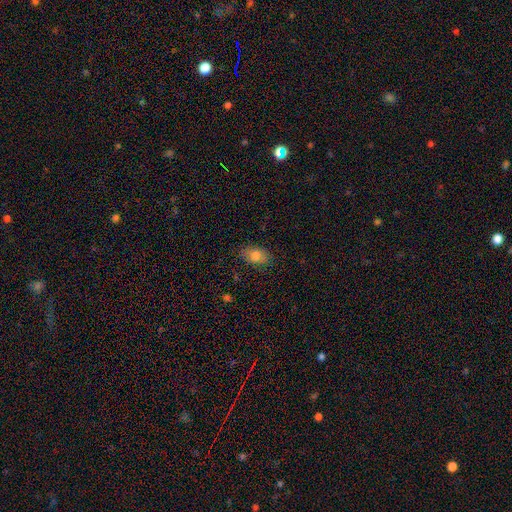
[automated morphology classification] The model was most divided on "smooth or featured": smooth: 80%, featured or disk: 12%, star or artifact: 8%. More confident: how rounded — in between (87%); merging — none (84%).